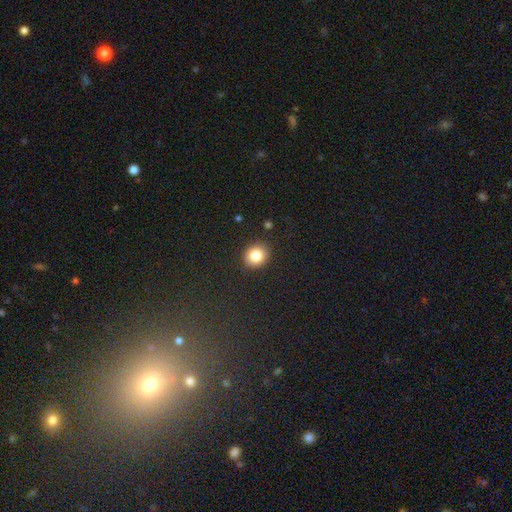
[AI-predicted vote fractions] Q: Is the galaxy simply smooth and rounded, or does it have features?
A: smooth — 83%.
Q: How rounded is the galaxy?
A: round — 79%.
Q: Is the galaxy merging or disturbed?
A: none — 90%.